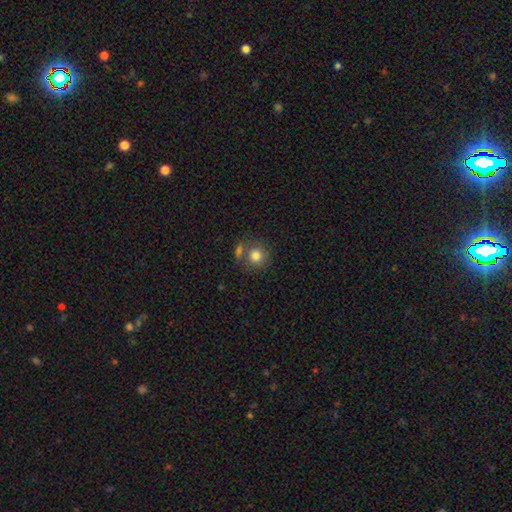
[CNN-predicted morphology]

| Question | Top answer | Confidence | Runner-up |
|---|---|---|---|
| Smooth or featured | smooth | 80% | featured or disk (10%) |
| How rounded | round | 89% | in between (10%) |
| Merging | none | 61% | merger (23%) |